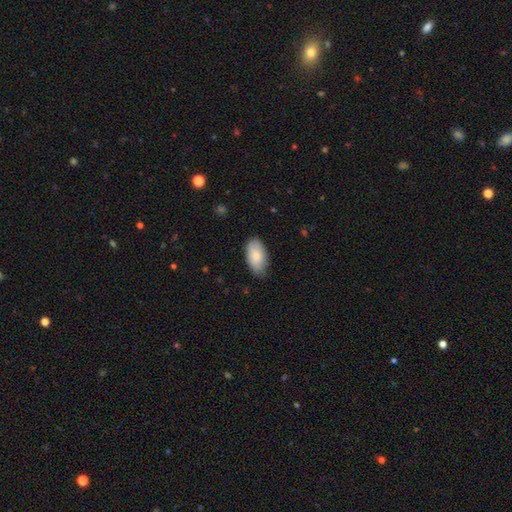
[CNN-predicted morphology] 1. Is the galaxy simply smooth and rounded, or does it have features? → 81% smooth, 13% featured or disk, 6% star or artifact.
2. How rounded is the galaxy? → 95% in between, 3% round, 2% cigar-shaped.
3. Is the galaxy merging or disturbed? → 76% none, 20% minor disturbance, 3% major disturbance, 1% merger.